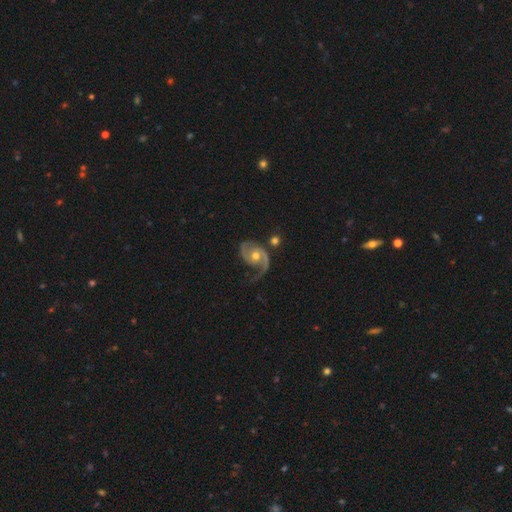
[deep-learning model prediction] Q: Smooth or featured?
A: featured or disk (89%); runner-up: smooth (6%)
Q: Edge-on disk?
A: no (98%); runner-up: yes (2%)
Q: Bar?
A: no (70%); runner-up: weak (24%)
Q: Spiral arms?
A: yes (97%); runner-up: no (3%)
Q: Spiral winding?
A: medium (50%); runner-up: loose (26%)
Q: Spiral arm count?
A: 2 (77%); runner-up: 1 (16%)
Q: Bulge size?
A: moderate (72%); runner-up: small (21%)
Q: Merging?
A: none (54%); runner-up: minor disturbance (22%)